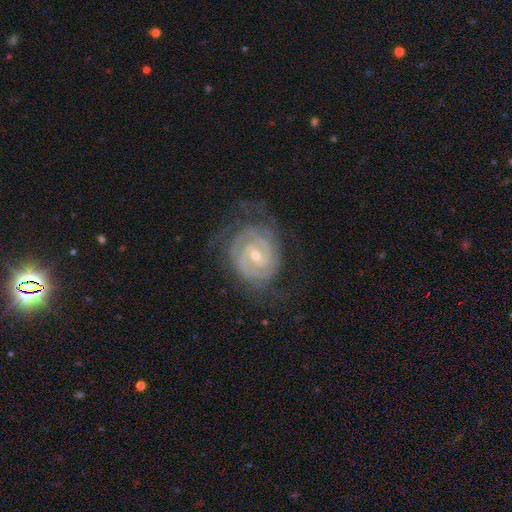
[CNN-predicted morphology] Smooth or featured: featured or disk — 92% (star or artifact — 5%)
Edge-on disk: no — 98% (yes — 2%)
Bar: weak — 48% (no — 30%)
Spiral arms: yes — 98% (no — 2%)
Spiral winding: tight — 80% (medium — 17%)
Spiral arm count: 2 — 57% (3 — 15%)
Bulge size: small — 58% (moderate — 39%)
Merging: none — 71% (minor disturbance — 18%)